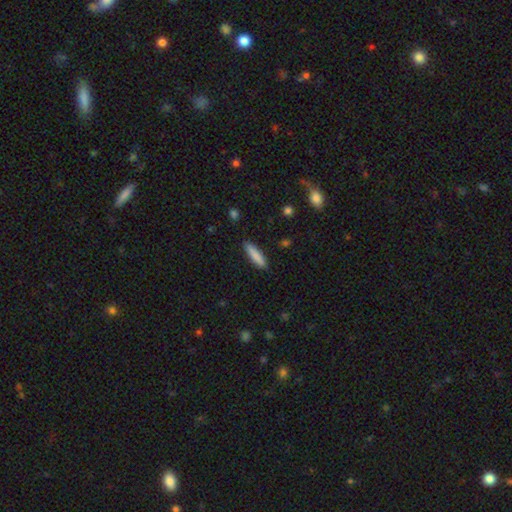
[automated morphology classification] A smooth galaxy with no disk features (85%) that is cigar-shaped (79%).

Vote fractions:
- Smooth or featured? smooth: 85% / featured or disk: 9% / star or artifact: 6%
- How rounded? cigar-shaped: 79% / in between: 20% / round: 1%
- Merging? none: 88% / minor disturbance: 9% / major disturbance: 2% / merger: 1%